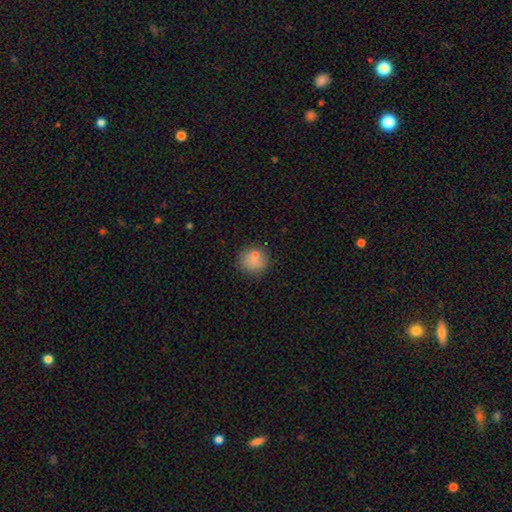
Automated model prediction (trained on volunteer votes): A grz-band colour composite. It shows a smooth galaxy with no disk features (78%) that is round (88%). Merging: none (78%).